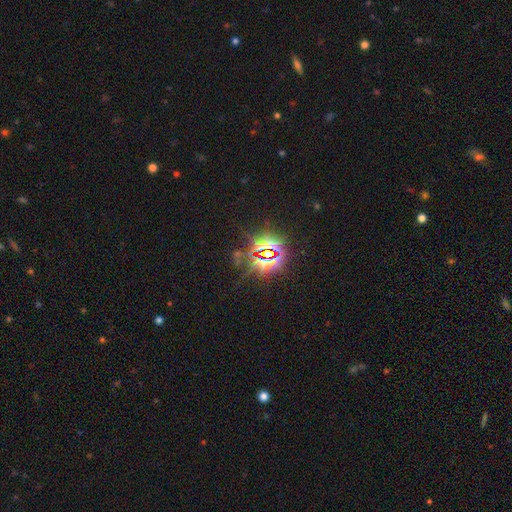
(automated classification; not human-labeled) smooth_or_featured: star or artifact (p=0.82) [alt: featured or disk p=0.09]